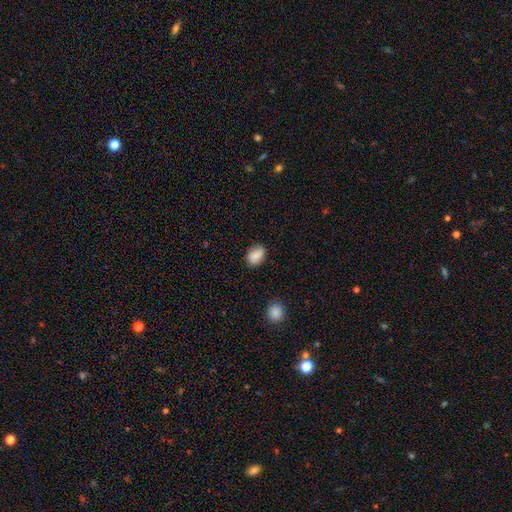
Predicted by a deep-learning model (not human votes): smooth-or-featured: smooth: 85% | star or artifact: 8% | featured or disk: 7%
  how-rounded: in between: 78% | round: 21% | cigar-shaped: 1%
  merging: none: 79% | minor disturbance: 16% | major disturbance: 3% | merger: 2%